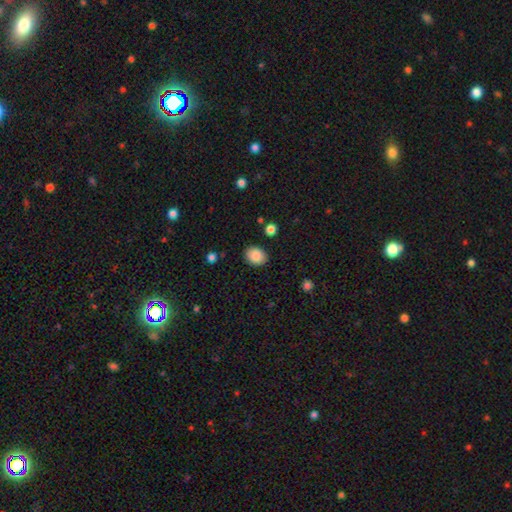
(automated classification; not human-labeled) Smooth or featured: smooth — 87% (star or artifact — 8%)
How rounded: in between — 58% (round — 41%)
Merging: none — 88% (minor disturbance — 8%)